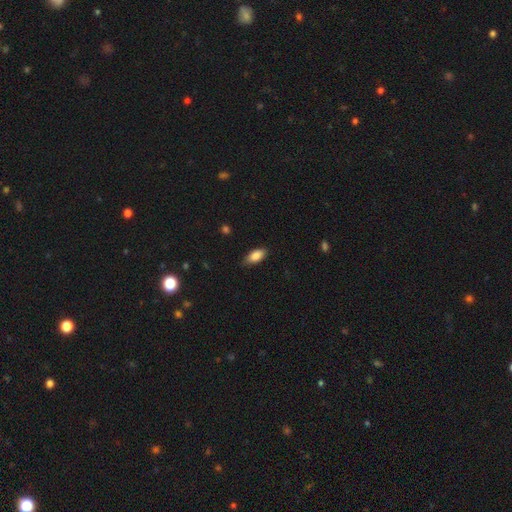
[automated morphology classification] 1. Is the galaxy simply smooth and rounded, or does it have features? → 86% smooth, 7% featured or disk, 7% star or artifact.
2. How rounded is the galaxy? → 89% in between, 8% cigar-shaped, 3% round.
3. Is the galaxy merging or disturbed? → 78% none, 18% minor disturbance, 3% major disturbance, 1% merger.